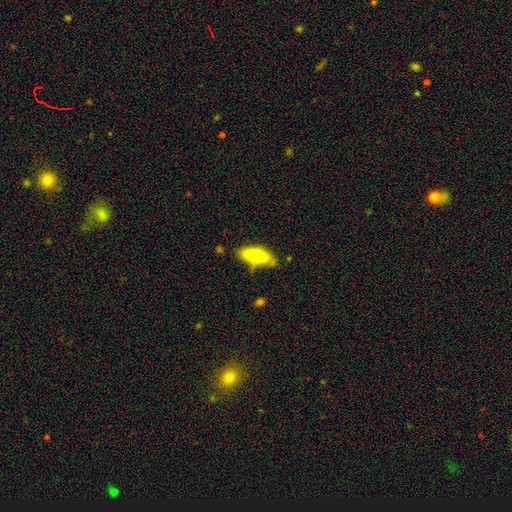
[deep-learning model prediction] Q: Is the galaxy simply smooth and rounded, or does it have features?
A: smooth — 70%.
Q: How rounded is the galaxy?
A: in between — 69%.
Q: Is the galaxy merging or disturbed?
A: none — 61%.